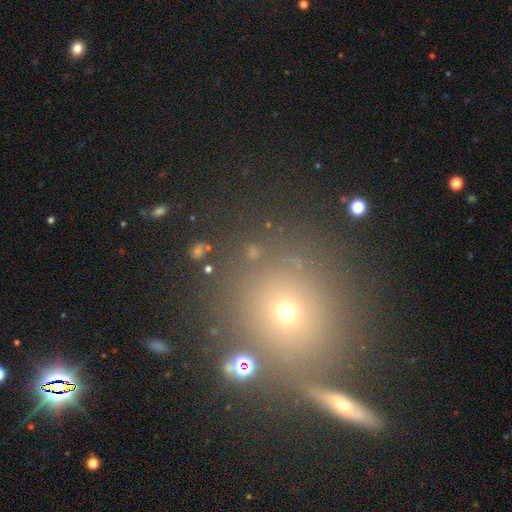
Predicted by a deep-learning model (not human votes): Smooth or featured?
  - smooth: 55% *
  - star or artifact: 32%
  - featured or disk: 12%
How rounded?
  - round: 85% *
  - in between: 14%
  - cigar-shaped: 1%
Merging?
  - none: 78% *
  - minor disturbance: 9%
  - merger: 8%
  - major disturbance: 5%